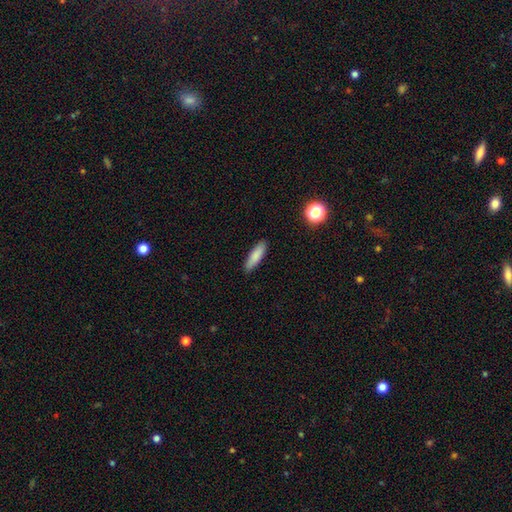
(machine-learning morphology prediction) A smooth galaxy with no disk features (84%) that is cigar-shaped (68%).

Vote fractions:
- Smooth or featured? smooth: 84% / featured or disk: 9% / star or artifact: 7%
- How rounded? cigar-shaped: 68% / in between: 30% / round: 2%
- Merging? none: 88% / minor disturbance: 9% / major disturbance: 2% / merger: 1%